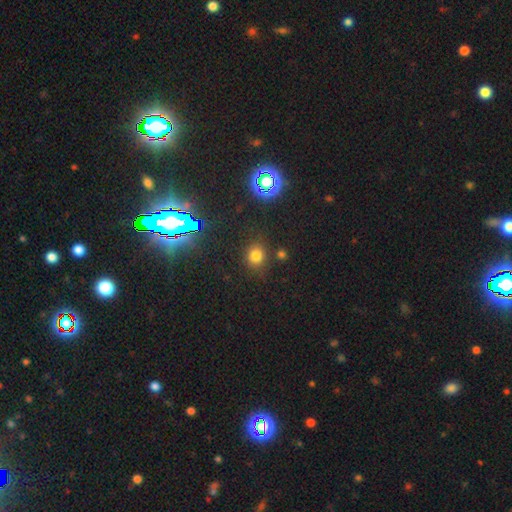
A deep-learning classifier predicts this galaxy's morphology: This appears to be a smooth galaxy with no disk features (72%) that is round (81%). Merging: none (82%).